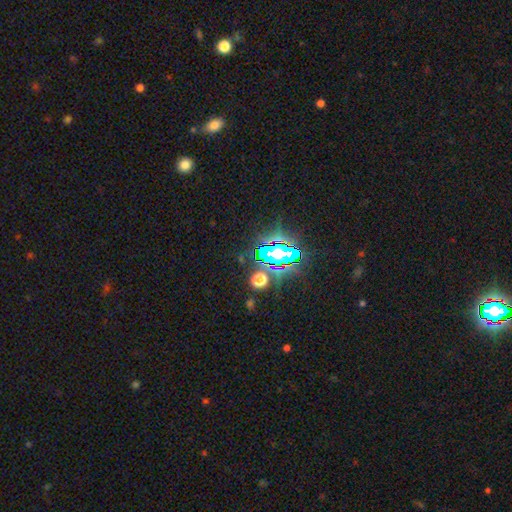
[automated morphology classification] A star or artifact, not a galaxy (80%).